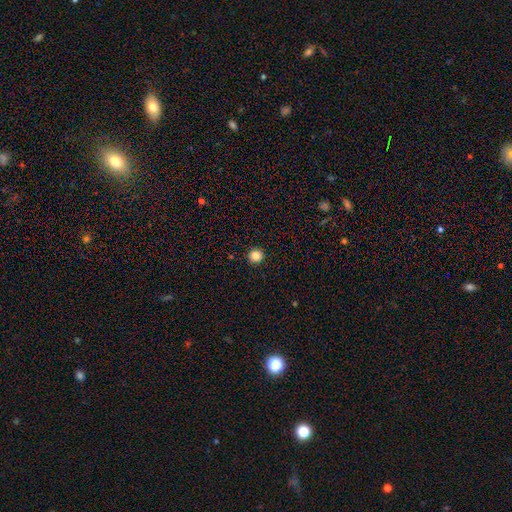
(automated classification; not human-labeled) Morphology: type=smooth (84%); roundness=round (95%); merging=none (93%).